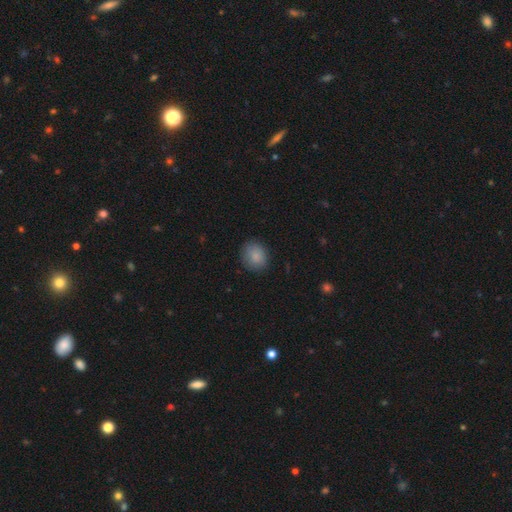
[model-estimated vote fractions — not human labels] A smooth galaxy with no disk features (87%) that is round (72%). Merging: none (85%).